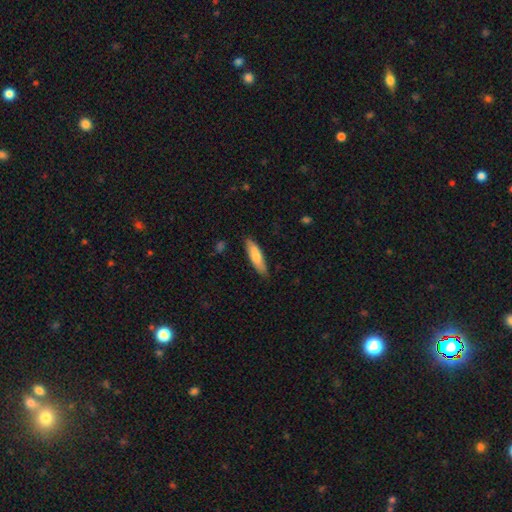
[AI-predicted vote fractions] A smooth galaxy with no disk features (74%) that is cigar-shaped (63%).

Vote fractions:
- Smooth or featured? smooth: 74% / featured or disk: 21% / star or artifact: 5%
- How rounded? cigar-shaped: 63% / in between: 35% / round: 2%
- Merging? none: 82% / minor disturbance: 14% / major disturbance: 2% / merger: 1%